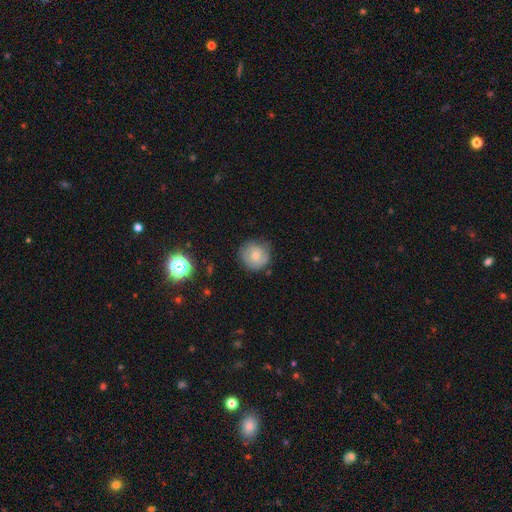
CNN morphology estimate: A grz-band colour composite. It shows a smooth galaxy with no disk features (59%) that is round (90%). Merging: none (71%).